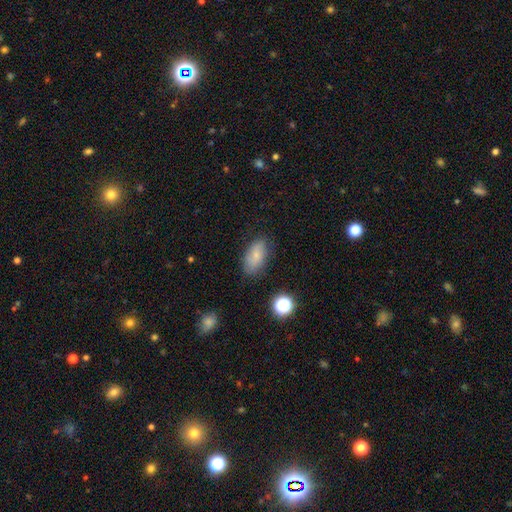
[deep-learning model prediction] Morphology: type=smooth (73%); roundness=in between (90%); merging=none (75%).